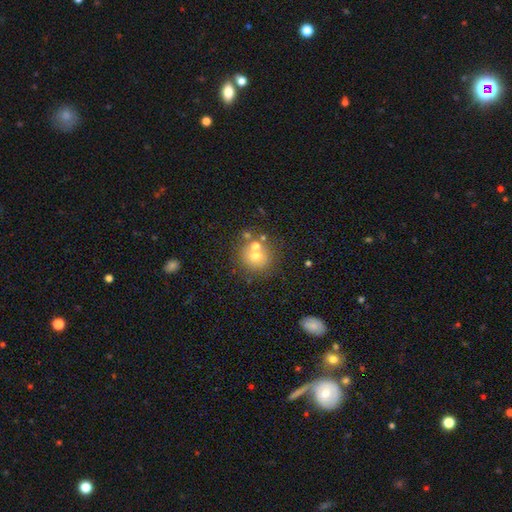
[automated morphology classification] This is likely a smooth galaxy (65%). How rounded: clearly round (89%). Merging: likely none (61%).